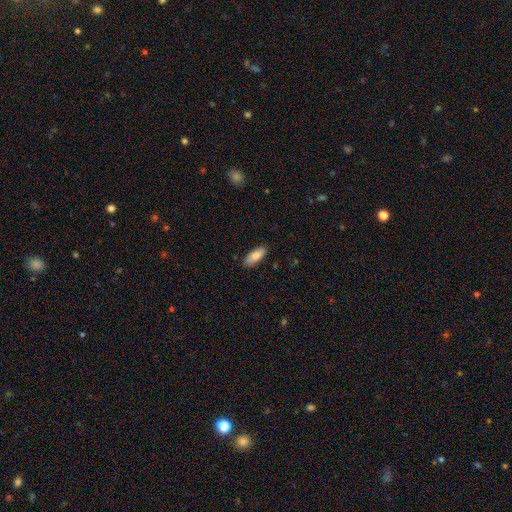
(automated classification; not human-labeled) This appears to be a smooth galaxy with no disk features (82%) that is in between round and cigar-shaped (80%). Merging: none (88%).